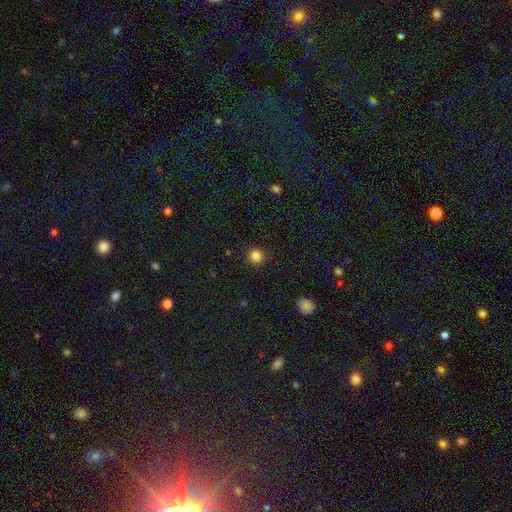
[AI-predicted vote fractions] A smooth galaxy with no disk features (84%) that is round (94%). Merging: none (91%).